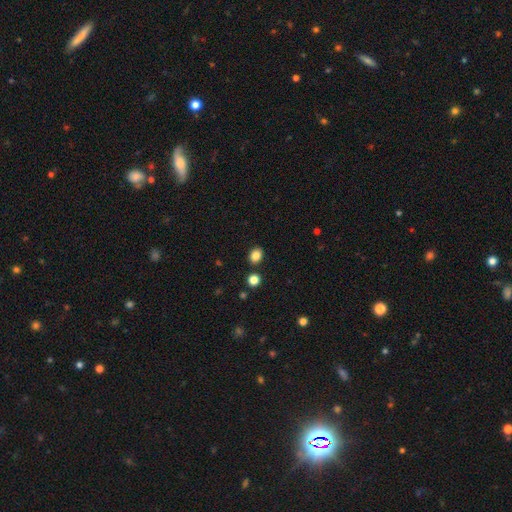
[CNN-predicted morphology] smooth-or-featured: smooth: 85% | star or artifact: 11% | featured or disk: 5%
  how-rounded: in between: 50% | round: 49% | cigar-shaped: 1%
  merging: none: 85% | minor disturbance: 8% | merger: 5% | major disturbance: 2%